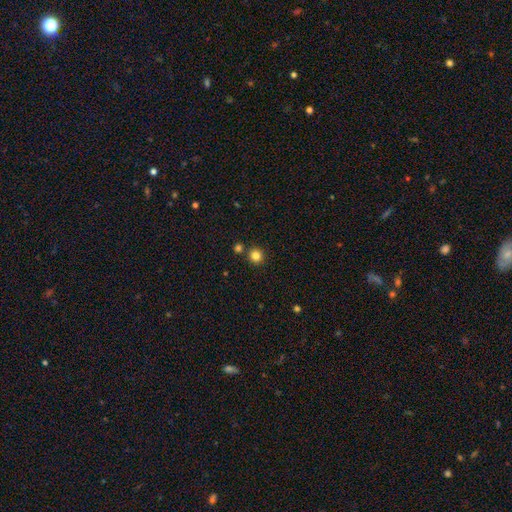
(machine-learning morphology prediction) This appears to be a smooth galaxy with no disk features (83%) that is round (94%). Merging: none (85%).